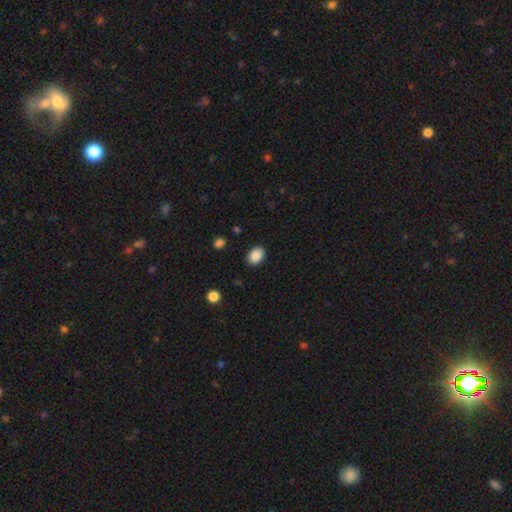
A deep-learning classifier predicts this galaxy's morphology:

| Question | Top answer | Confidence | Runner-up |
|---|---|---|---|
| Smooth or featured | smooth | 89% | star or artifact (8%) |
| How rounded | in between | 74% | round (25%) |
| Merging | none | 88% | minor disturbance (9%) |